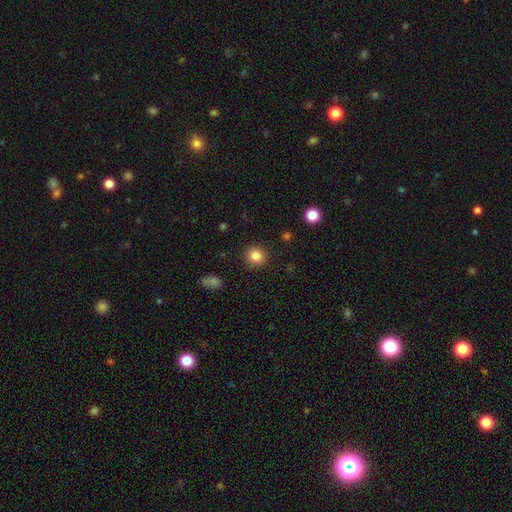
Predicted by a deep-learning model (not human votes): The model was most divided on "smooth or featured": smooth: 84%, star or artifact: 11%, featured or disk: 5%. More confident: merging — none (91%); how rounded — round (91%).